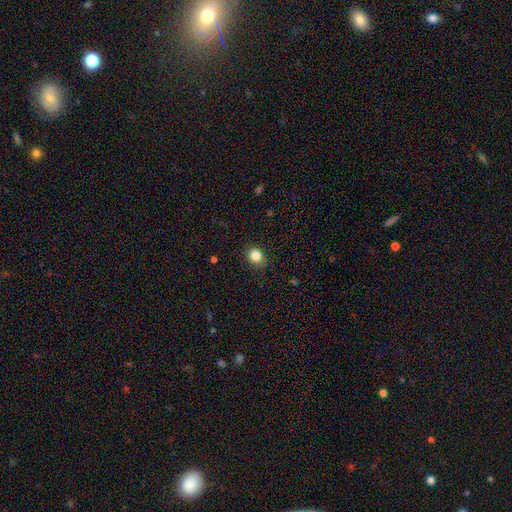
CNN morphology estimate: smooth 85%, star or artifact 10%, featured or disk 5%. Down the decision tree: how rounded — round (54%); merging — none (84%).